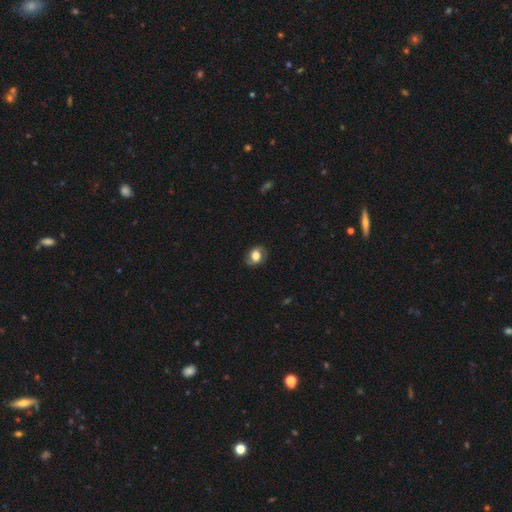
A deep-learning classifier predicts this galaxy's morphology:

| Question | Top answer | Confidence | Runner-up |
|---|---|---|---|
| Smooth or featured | smooth | 62% | featured or disk (29%) |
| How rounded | in between | 62% | round (36%) |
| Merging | none | 77% | minor disturbance (17%) |